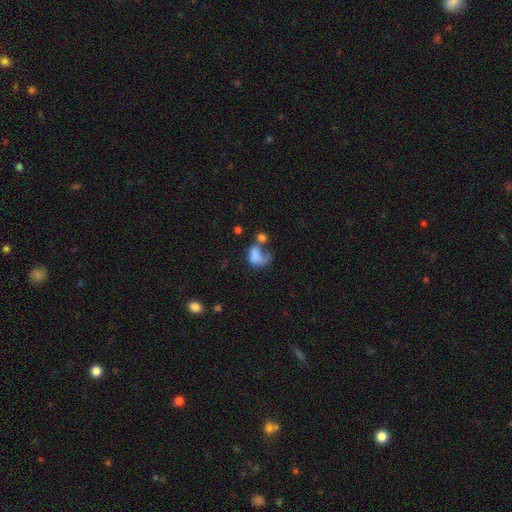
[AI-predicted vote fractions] Morphology: type=smooth (68%); roundness=in between (72%); merging=major disturbance (36%).